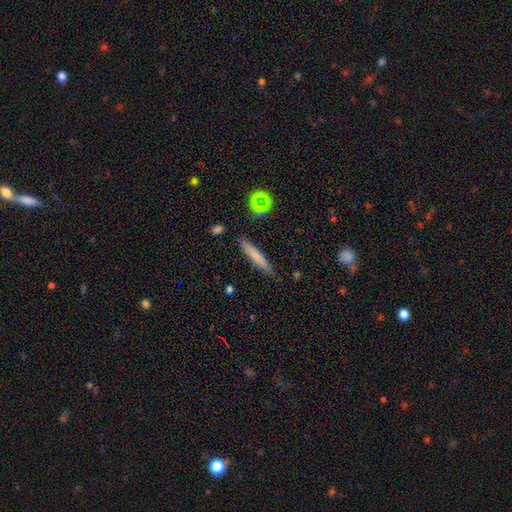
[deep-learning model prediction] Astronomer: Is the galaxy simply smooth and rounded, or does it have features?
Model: smooth — 73%.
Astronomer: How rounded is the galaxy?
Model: cigar-shaped — 92%.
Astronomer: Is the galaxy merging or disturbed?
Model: none — 85%.